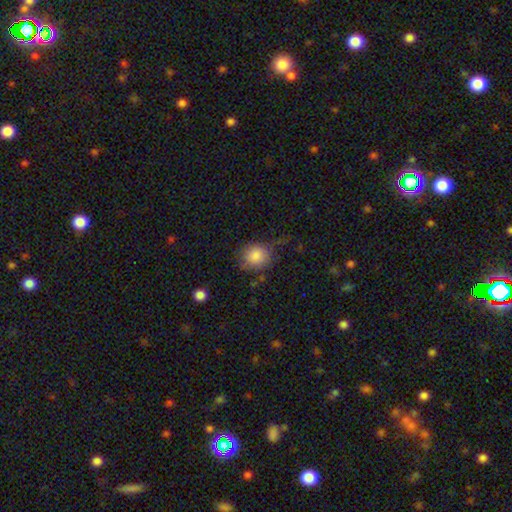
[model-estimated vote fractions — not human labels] smooth-or-featured: smooth: 83% | featured or disk: 9% | star or artifact: 8%
  how-rounded: round: 72% | in between: 27% | cigar-shaped: 1%
  merging: none: 56% | minor disturbance: 27% | major disturbance: 14% | merger: 3%